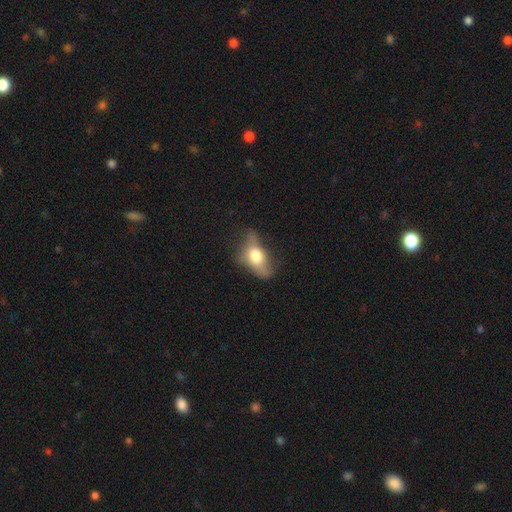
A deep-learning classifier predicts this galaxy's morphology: Smooth or featured? smooth (53%)
How rounded? in between (77%)
Merging? none (41%)